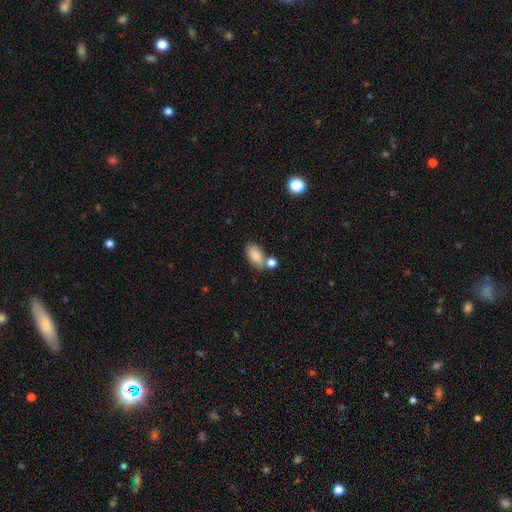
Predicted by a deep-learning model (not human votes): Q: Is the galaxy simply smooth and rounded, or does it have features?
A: smooth — 86%.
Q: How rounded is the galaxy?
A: in between — 92%.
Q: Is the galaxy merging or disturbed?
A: none — 52%.